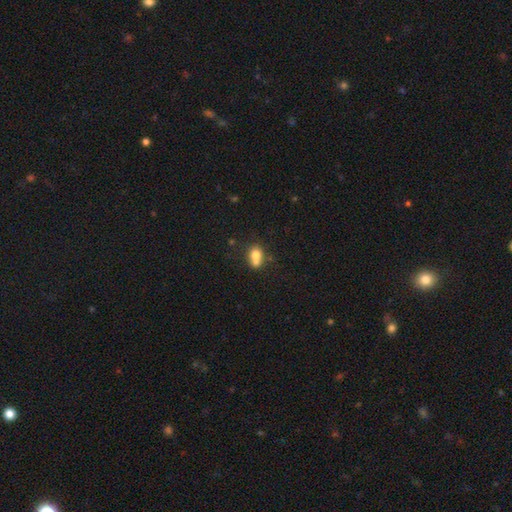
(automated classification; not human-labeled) smooth-or-featured: smooth: 72% | featured or disk: 17% | star or artifact: 11%
  how-rounded: round: 53% | in between: 46% | cigar-shaped: 1%
  merging: merger: 53% | none: 32% | minor disturbance: 10% | major disturbance: 4%